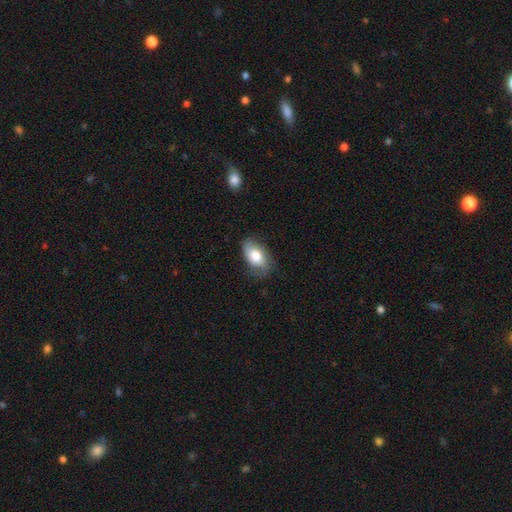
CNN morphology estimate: smooth-or-featured: smooth: 71% | featured or disk: 22% | star or artifact: 7%
  how-rounded: in between: 91% | round: 7% | cigar-shaped: 2%
  merging: none: 65% | minor disturbance: 26% | major disturbance: 8% | merger: 1%